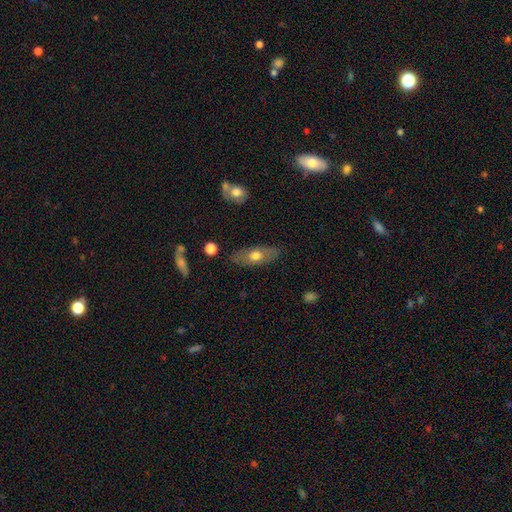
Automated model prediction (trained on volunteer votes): Overall: smooth (59%; featured or disk 35%). How rounded: in between (72%). Merging: none (83%).